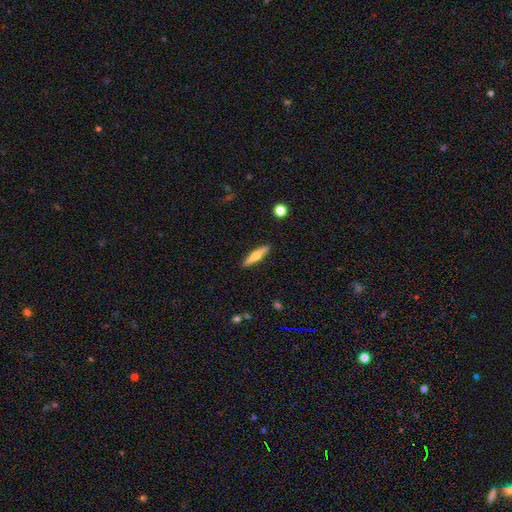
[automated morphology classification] Smooth or featured? Predicted: featured or disk (p=0.51). Edge-on disk? Predicted: yes (p=0.95). Merging? Predicted: none (p=0.90).